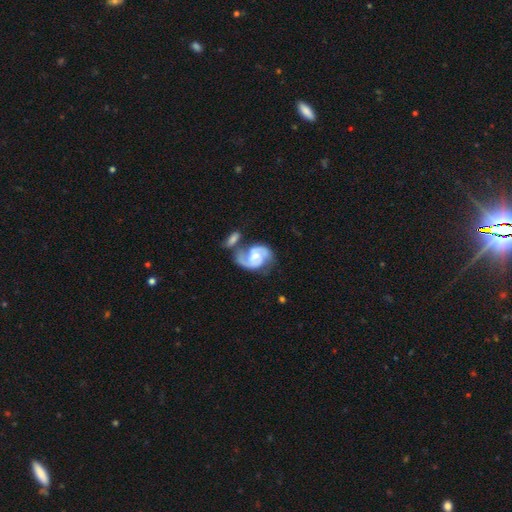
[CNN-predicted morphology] A featured or disk galaxy (83%) with no bar (50%), 2 (84%) medium (50%) spiral arms (95%) and a small central bulge (44%). Merging: merger (36%).